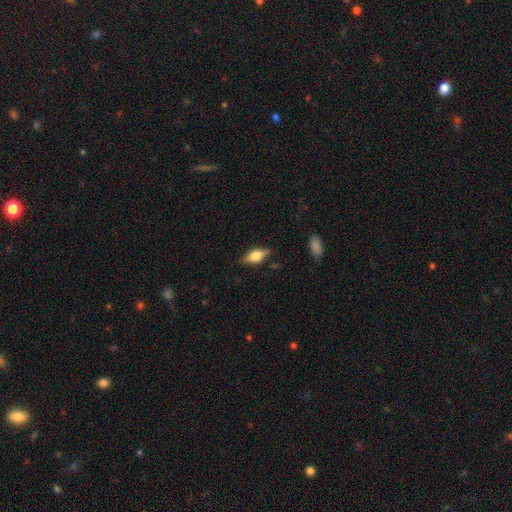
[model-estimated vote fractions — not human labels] This is possibly a featured or disk galaxy (54%). It is clearly viewed edge-on (93%). Edge-on bulge: clearly rounded (91%). Merging: clearly none (82%).